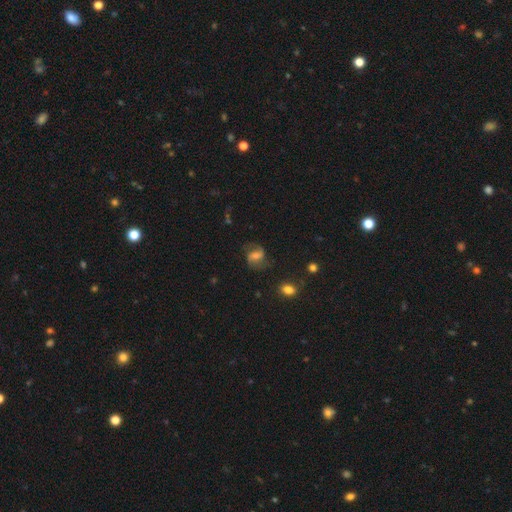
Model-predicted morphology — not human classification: This is likely a featured or disk galaxy (71%). It is clearly not viewed edge-on (97%). Bar: possibly weak (46%). Spiral arm pattern: clearly yes (92%). Spiral arm count: clearly 2 (88%). Spiral winding: marginally medium (44%). Central bulge: marginally moderate (43%). Merging: likely none (71%).